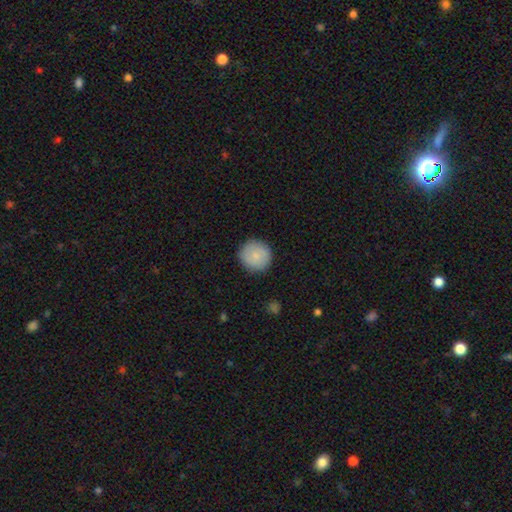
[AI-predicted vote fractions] A smooth galaxy with no disk features (77%) that is round (94%).

Vote fractions:
- Smooth or featured? smooth: 77% / featured or disk: 16% / star or artifact: 6%
- How rounded? round: 94% / in between: 5% / cigar-shaped: 1%
- Merging? none: 89% / minor disturbance: 8% / major disturbance: 2% / merger: 1%